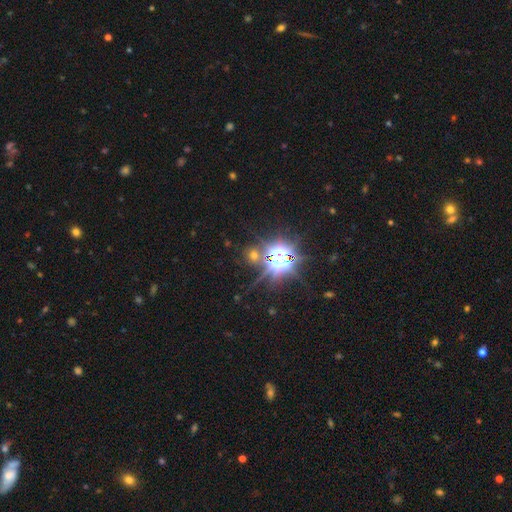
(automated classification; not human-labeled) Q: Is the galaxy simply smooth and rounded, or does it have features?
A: star or artifact — 79%.